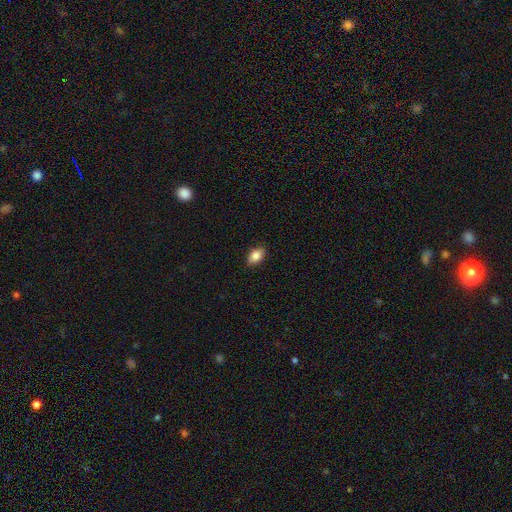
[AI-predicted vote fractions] The model was most divided on "smooth or featured": smooth: 85%, star or artifact: 8%, featured or disk: 7%. More confident: merging — none (89%); how rounded — in between (88%).